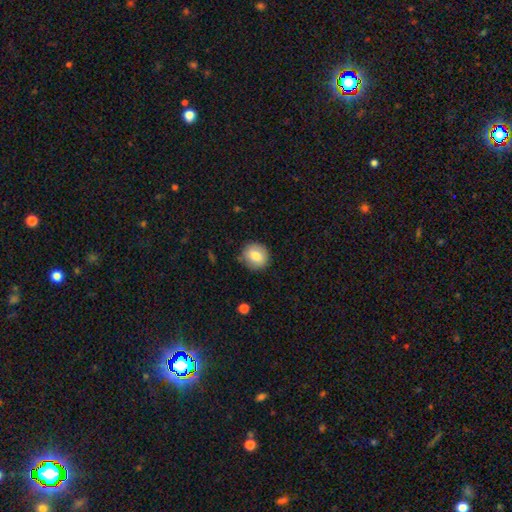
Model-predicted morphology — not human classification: Smooth or featured? smooth (78%)
How rounded? round (86%)
Merging? none (85%)